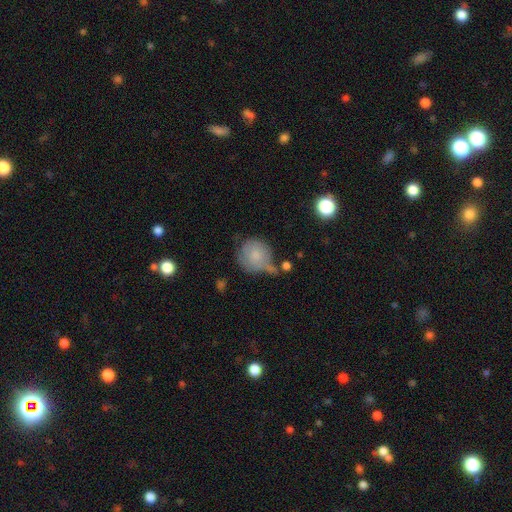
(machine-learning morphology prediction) Smooth or featured: smooth — 77% (featured or disk — 15%)
How rounded: round — 89% (in between — 10%)
Merging: none — 45% (minor disturbance — 28%)